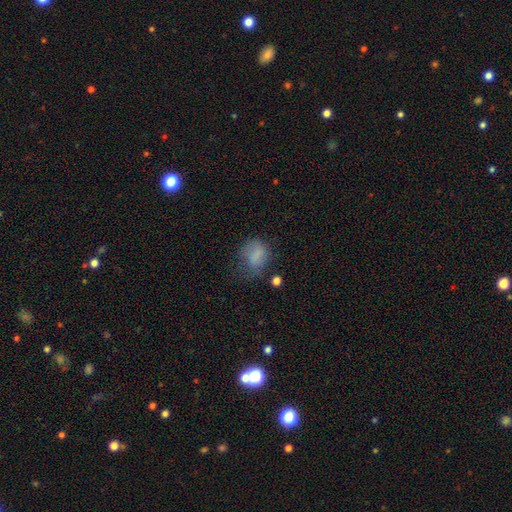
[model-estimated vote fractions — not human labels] A smooth galaxy with no disk features (75%) that is in between round and cigar-shaped (57%). Merging: none (42%).